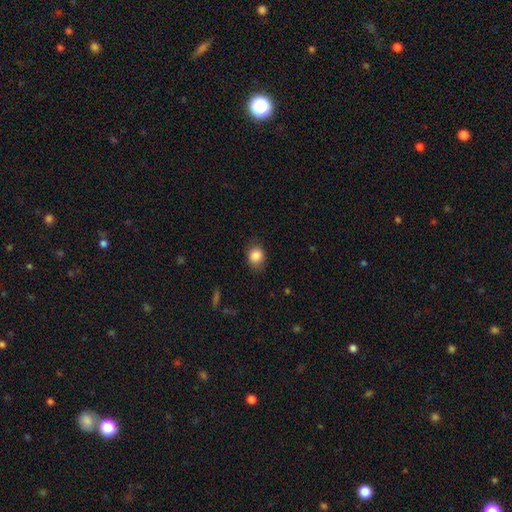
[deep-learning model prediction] smooth 85%, star or artifact 9%, featured or disk 6%. Down the decision tree: how rounded — round (54%); merging — none (80%).